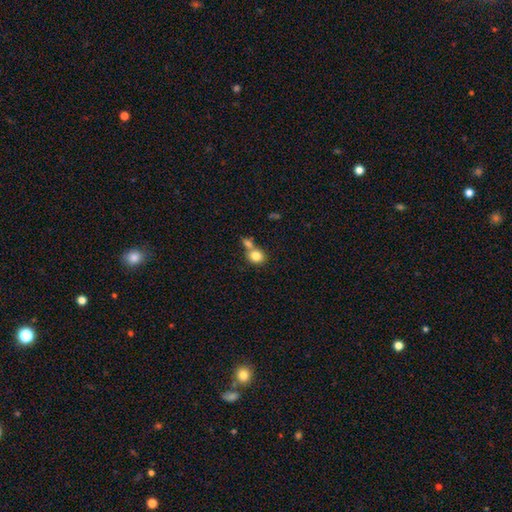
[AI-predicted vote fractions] A smooth galaxy with no disk features (82%) that is round (75%). Merging: merger (47%).